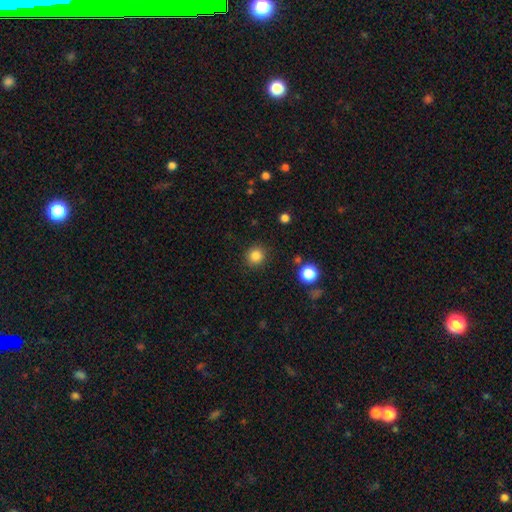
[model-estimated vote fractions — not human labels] Smooth or featured? Predicted: smooth (p=0.84). How rounded? Predicted: round (p=0.92). Merging? Predicted: none (p=0.89).